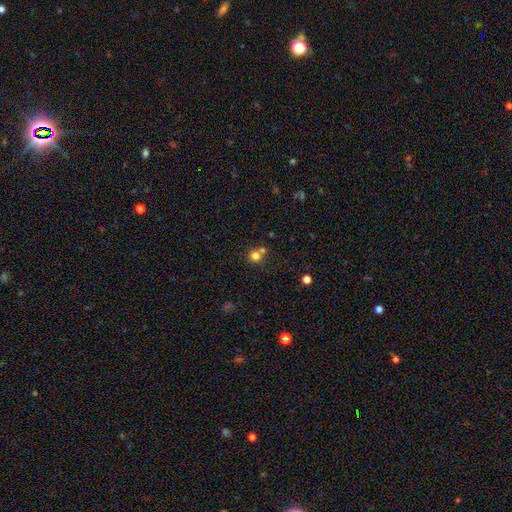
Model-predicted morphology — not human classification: A smooth galaxy with no disk features (78%) that is round (90%).

Vote fractions:
- Smooth or featured? smooth: 78% / star or artifact: 14% / featured or disk: 8%
- How rounded? round: 90% / in between: 9% / cigar-shaped: 1%
- Merging? none: 58% / merger: 32% / minor disturbance: 7% / major disturbance: 3%